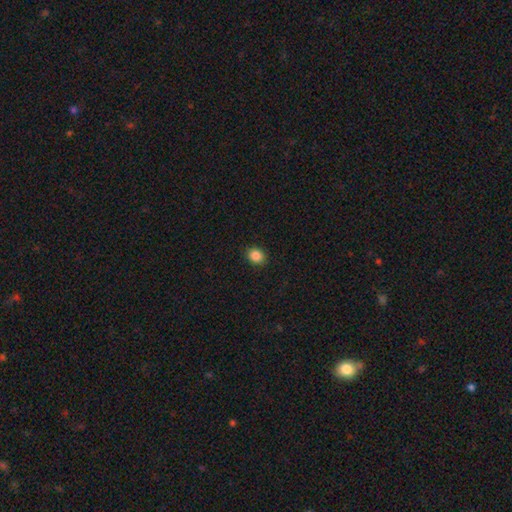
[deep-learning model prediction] Smooth or featured? Predicted: smooth (p=0.87). How rounded? Predicted: round (p=0.59). Merging? Predicted: none (p=0.90).